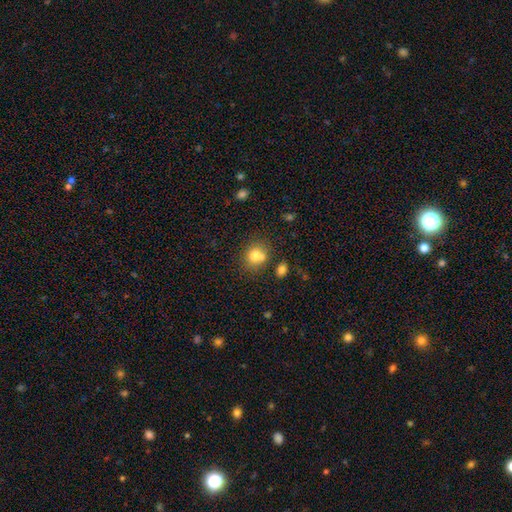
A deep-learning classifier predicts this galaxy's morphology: type=smooth (75%); roundness=round (72%); merging=none (53%).